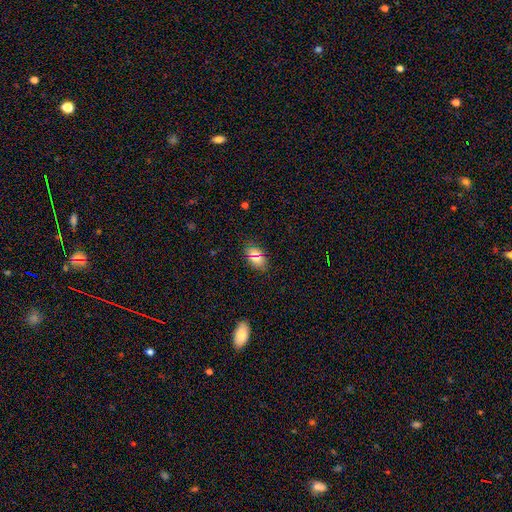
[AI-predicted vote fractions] This appears to be a smooth galaxy with no disk features (72%) that is in between round and cigar-shaped (87%). Merging: none (86%).